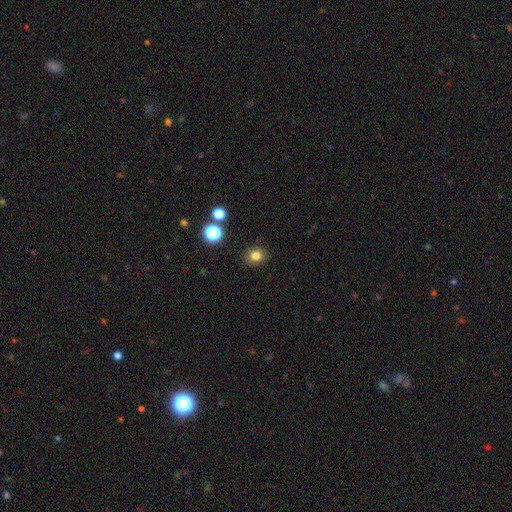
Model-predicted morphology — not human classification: smooth-or-featured: smooth: 79% | star or artifact: 14% | featured or disk: 7%
  how-rounded: round: 69% | in between: 30% | cigar-shaped: 1%
  merging: none: 88% | minor disturbance: 8% | major disturbance: 2% | merger: 2%